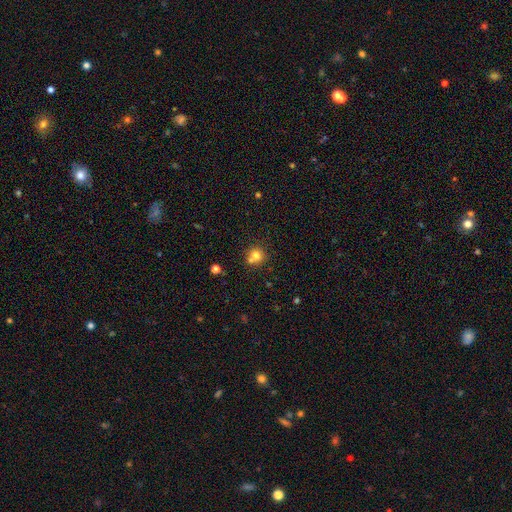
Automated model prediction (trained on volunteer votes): Smooth or featured? Predicted: smooth (p=0.75). How rounded? Predicted: round (p=0.88). Merging? Predicted: none (p=0.56).